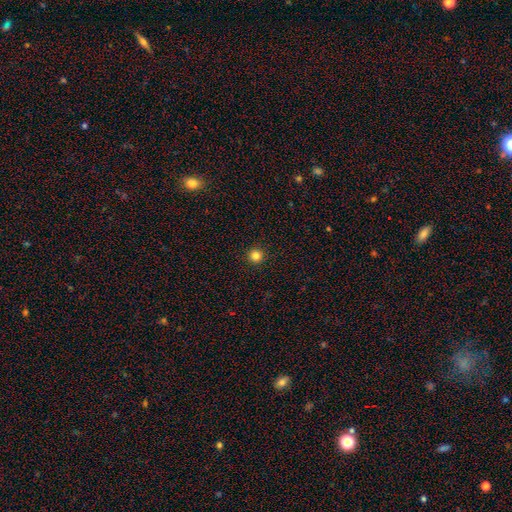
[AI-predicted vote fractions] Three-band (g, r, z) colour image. It shows a smooth galaxy with no disk features (83%) that is round (96%). Merging: none (94%).